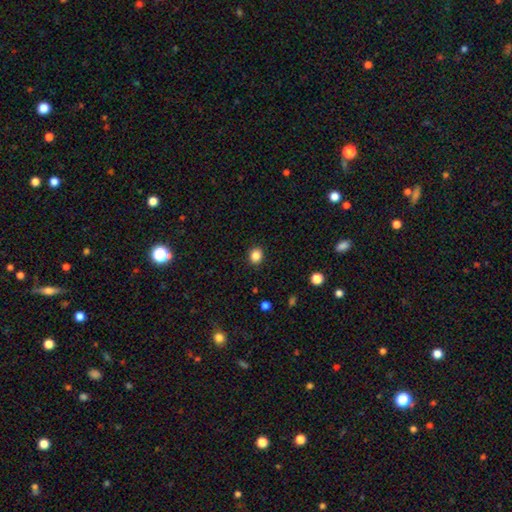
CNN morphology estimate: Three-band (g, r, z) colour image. It shows a smooth galaxy with no disk features (85%) that is round (73%). Merging: none (91%).